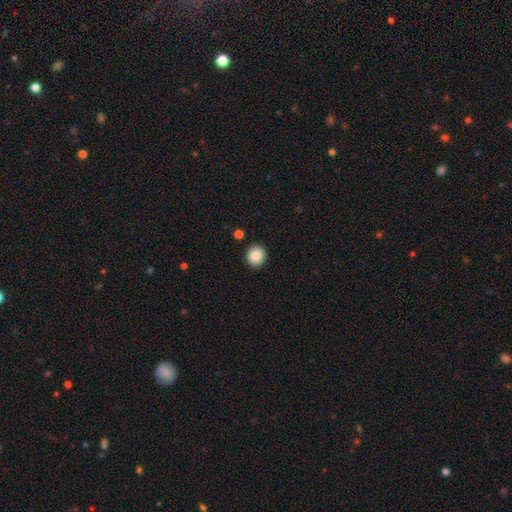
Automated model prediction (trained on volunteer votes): Overall: smooth (87%). How rounded: round (90%). Merging: none (91%).